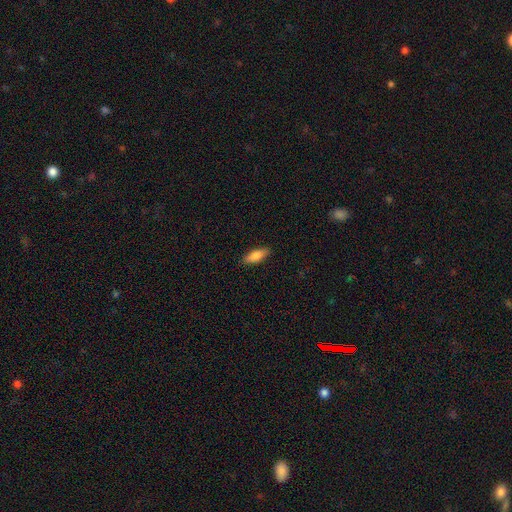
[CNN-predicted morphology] A smooth galaxy with no disk features (83%) that is in between round and cigar-shaped (69%). Merging: none (88%).